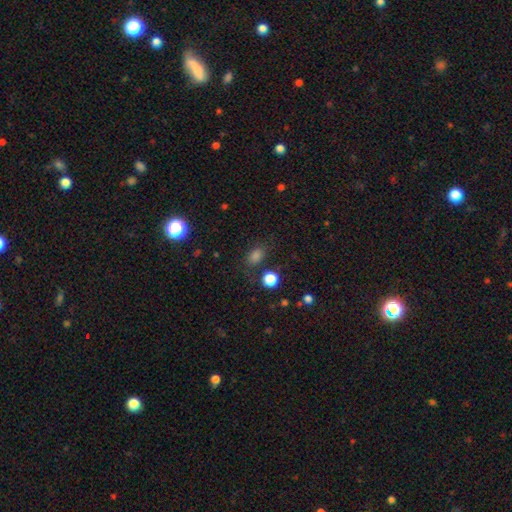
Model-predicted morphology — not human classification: Q: Smooth or featured?
A: smooth (74%); runner-up: star or artifact (20%)
Q: How rounded?
A: in between (65%); runner-up: round (33%)
Q: Merging?
A: none (75%); runner-up: minor disturbance (15%)